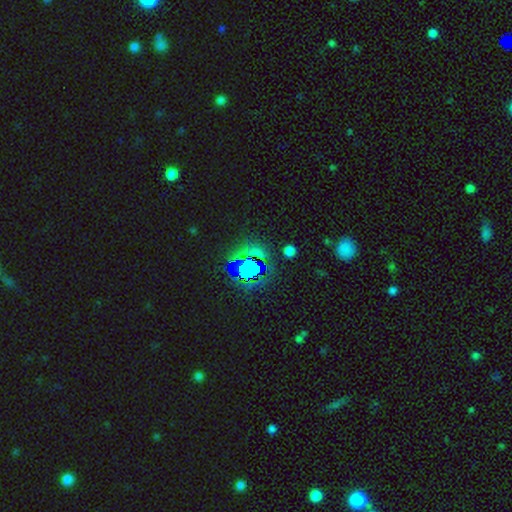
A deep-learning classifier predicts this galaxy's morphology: Q: Smooth or featured?
A: star or artifact (59%); runner-up: smooth (30%)